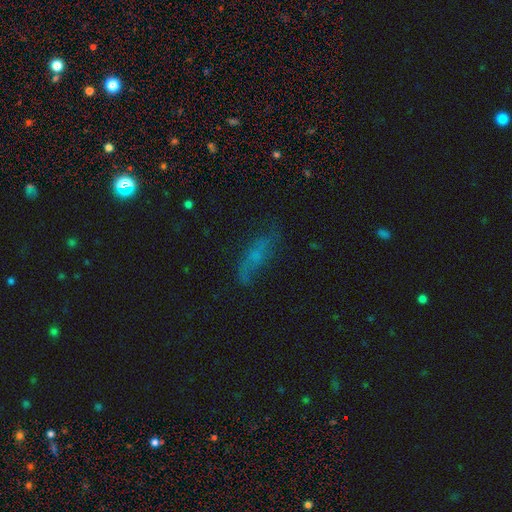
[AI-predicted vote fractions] Smooth or featured? Predicted: smooth (p=0.49). Merging? Predicted: none (p=0.60).